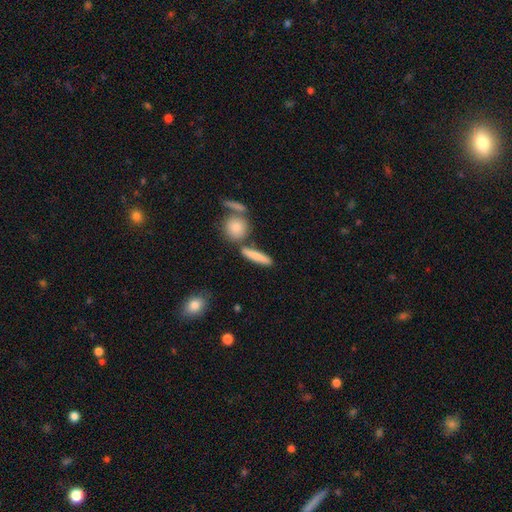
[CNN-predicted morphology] smooth_or_featured: smooth (p=0.79) [alt: featured or disk p=0.14]
how_rounded: cigar-shaped (p=0.76) [alt: in between p=0.18]
merging: none (p=0.75) [alt: merger p=0.12]